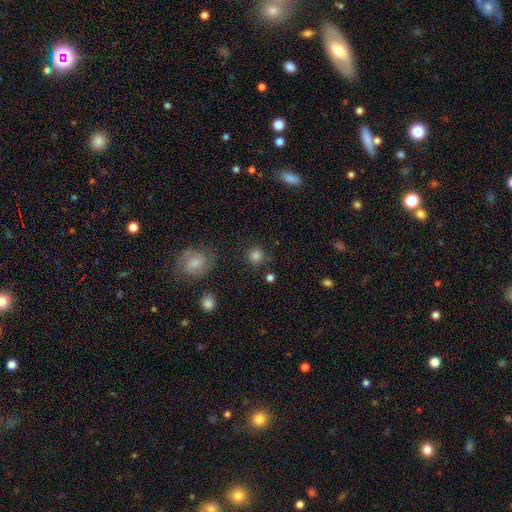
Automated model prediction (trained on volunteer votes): Smooth or featured? smooth (83%)
How rounded? round (91%)
Merging? none (83%)